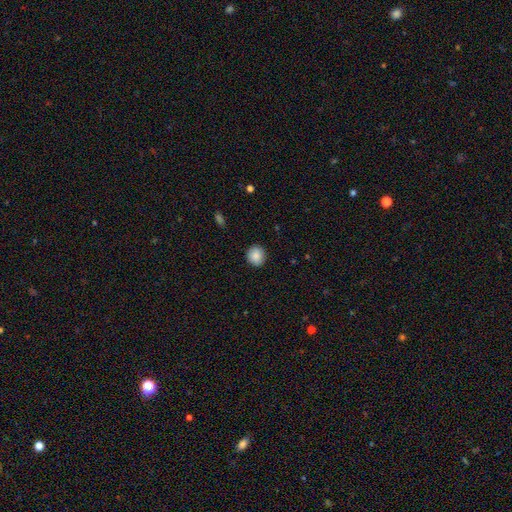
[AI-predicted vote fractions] A smooth galaxy with no disk features (87%) that is round (87%).

Vote fractions:
- Smooth or featured? smooth: 87% / star or artifact: 8% / featured or disk: 5%
- How rounded? round: 87% / in between: 12% / cigar-shaped: 1%
- Merging? none: 89% / minor disturbance: 8% / major disturbance: 2% / merger: 1%